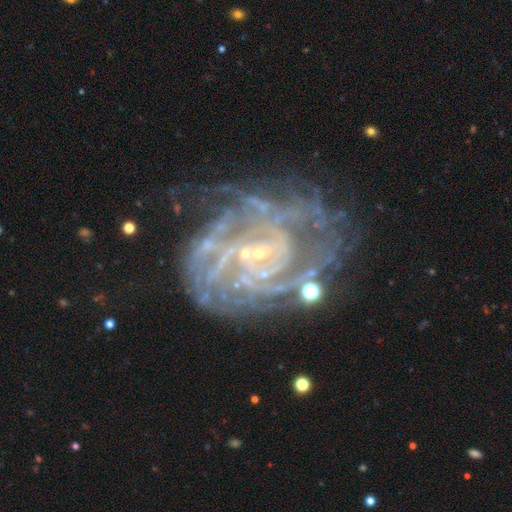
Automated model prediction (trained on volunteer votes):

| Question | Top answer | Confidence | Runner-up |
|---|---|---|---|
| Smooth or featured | featured or disk | 84% | star or artifact (10%) |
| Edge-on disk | no | 98% | yes (2%) |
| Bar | no | 55% | weak (33%) |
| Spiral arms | yes | 83% | no (17%) |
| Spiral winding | tight | 59% | medium (30%) |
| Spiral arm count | can't tell | 42% | 2 (15%) |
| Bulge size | small | 75% | none (16%) |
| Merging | none | 50% | major disturbance (22%) |